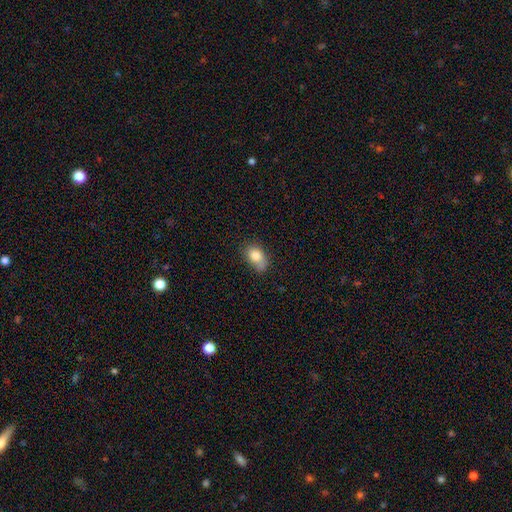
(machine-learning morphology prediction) Q: Smooth or featured?
A: smooth (81%); runner-up: featured or disk (10%)
Q: How rounded?
A: in between (77%); runner-up: round (21%)
Q: Merging?
A: none (52%); runner-up: minor disturbance (32%)